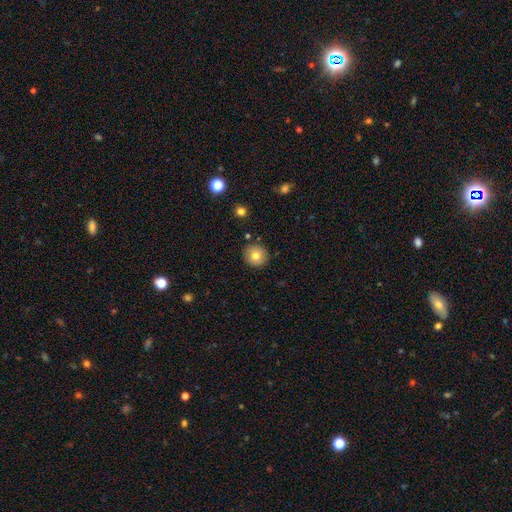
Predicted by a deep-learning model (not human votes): This appears to be a smooth galaxy with no disk features (77%) that is round (91%). Merging: none (88%).